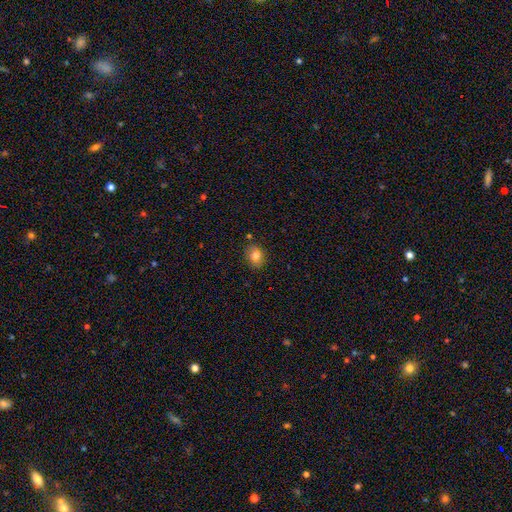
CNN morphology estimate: type=smooth (82%); roundness=round (52%); merging=none (84%).